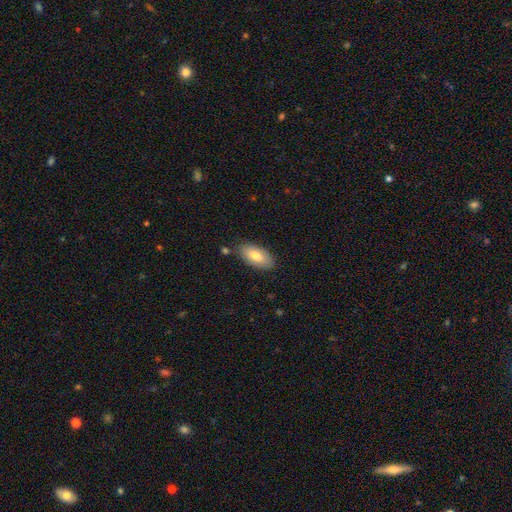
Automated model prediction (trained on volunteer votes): This is likely a smooth galaxy (75%). How rounded: clearly in between (92%). Merging: clearly none (81%).